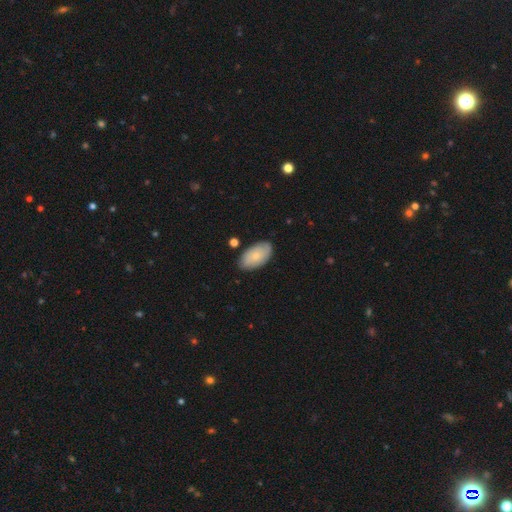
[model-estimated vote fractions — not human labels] Smooth or featured? Predicted: smooth (p=0.73). How rounded? Predicted: in between (p=0.95). Merging? Predicted: none (p=0.82).